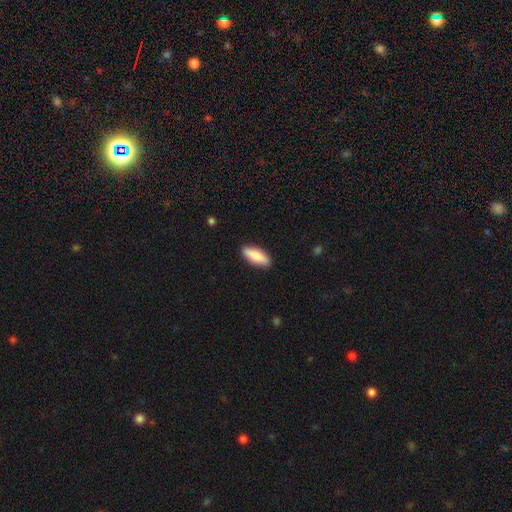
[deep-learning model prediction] Morphology: type=smooth (86%); roundness=in between (64%); merging=none (89%).